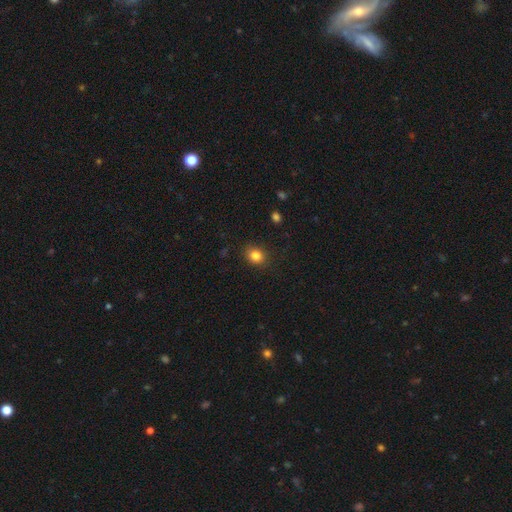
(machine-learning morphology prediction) This is clearly a smooth galaxy (84%). How rounded: possibly round (56%). Merging: clearly none (86%).